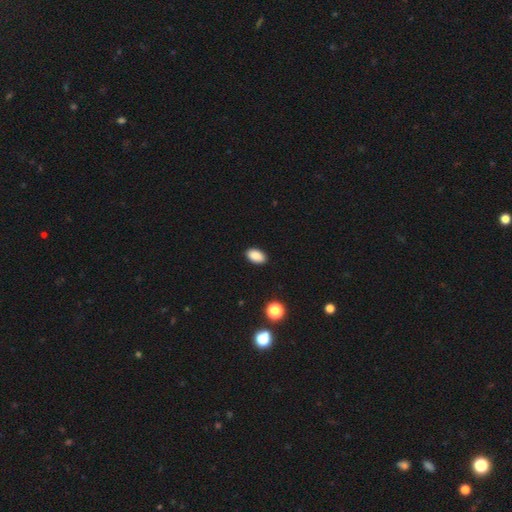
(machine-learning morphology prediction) smooth_or_featured: smooth (p=0.87) [alt: star or artifact p=0.09]
how_rounded: in between (p=0.92) [alt: round p=0.07]
merging: none (p=0.90) [alt: minor disturbance p=0.08]